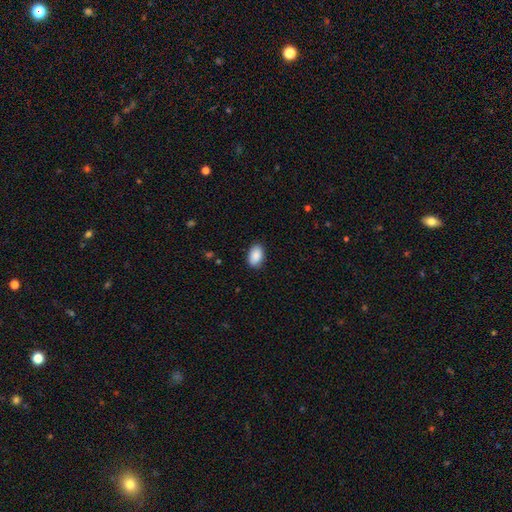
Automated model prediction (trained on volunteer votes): Overall: smooth (90%). How rounded: in between (92%). Merging: none (87%).